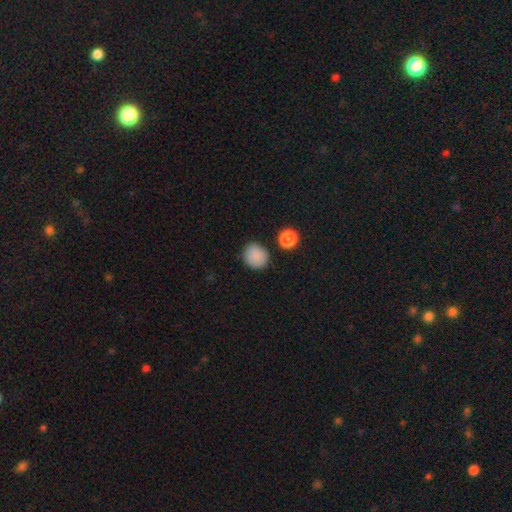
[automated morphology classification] A smooth galaxy with no disk features (86%) that is round (83%).

Vote fractions:
- Smooth or featured? smooth: 86% / star or artifact: 10% / featured or disk: 4%
- How rounded? round: 83% / in between: 16% / cigar-shaped: 1%
- Merging? none: 83% / minor disturbance: 11% / merger: 3% / major disturbance: 3%